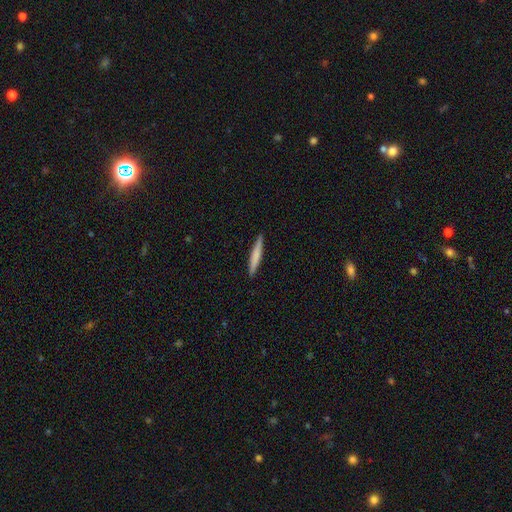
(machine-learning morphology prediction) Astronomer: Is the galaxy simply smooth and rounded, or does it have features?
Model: smooth — 70%.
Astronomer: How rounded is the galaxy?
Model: cigar-shaped — 95%.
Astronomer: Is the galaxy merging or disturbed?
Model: none — 92%.